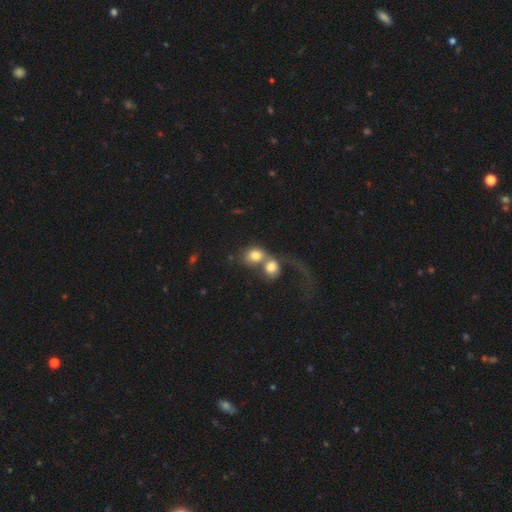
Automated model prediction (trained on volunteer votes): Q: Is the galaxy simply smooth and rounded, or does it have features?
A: smooth — 70%.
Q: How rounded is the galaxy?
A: round — 66%.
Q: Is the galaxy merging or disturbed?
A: merger — 71%.